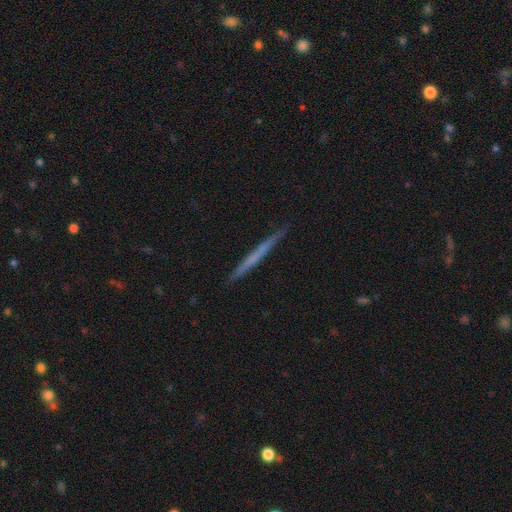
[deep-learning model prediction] This is possibly a featured or disk galaxy (49%). Merging: clearly none (91%).